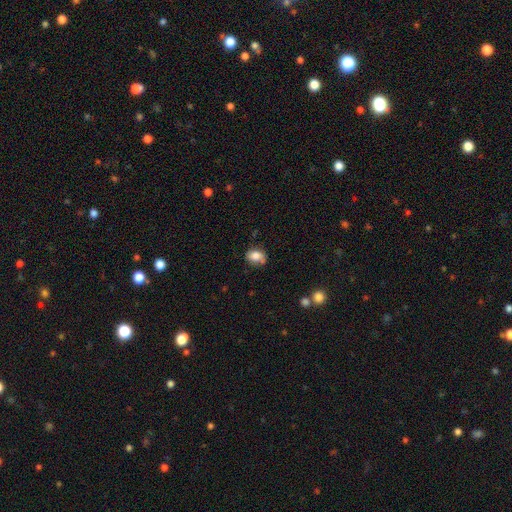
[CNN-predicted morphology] type=smooth (76%); roundness=in between (60%); merging=none (59%).